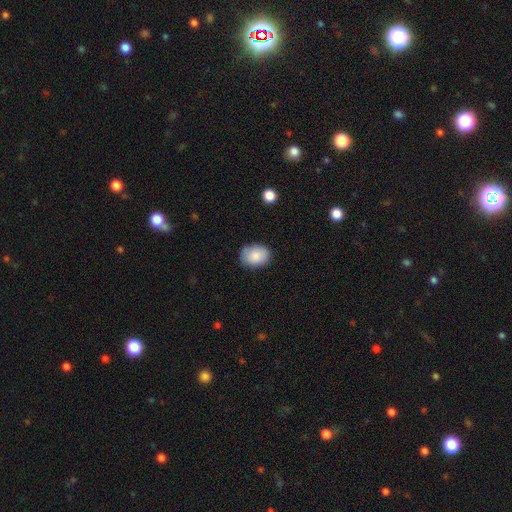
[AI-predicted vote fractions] Smooth or featured? smooth (85%)
How rounded? in between (67%)
Merging? none (77%)